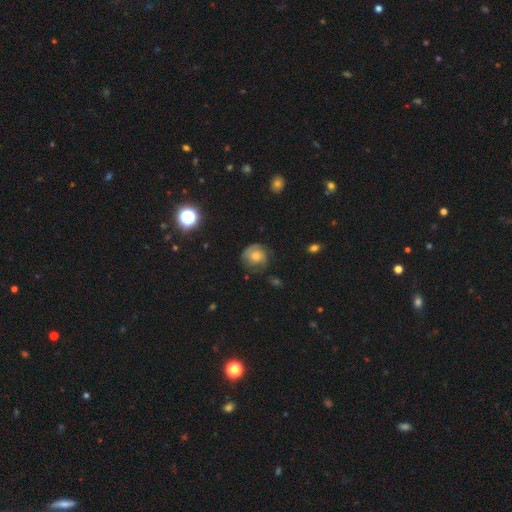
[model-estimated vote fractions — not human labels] Q: Smooth or featured?
A: smooth (52%); runner-up: featured or disk (38%)
Q: How rounded?
A: round (83%); runner-up: in between (16%)
Q: Merging?
A: none (61%); runner-up: minor disturbance (25%)